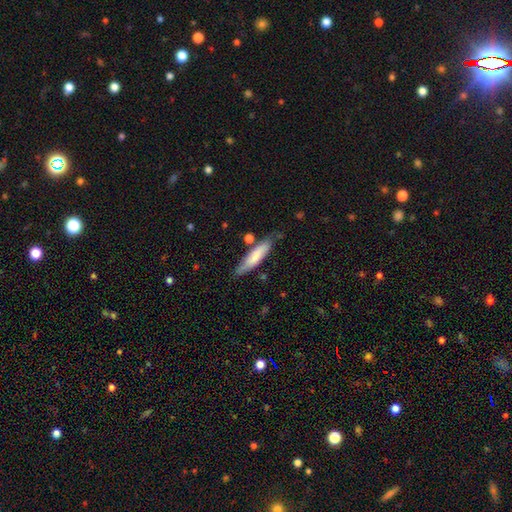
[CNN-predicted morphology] type=smooth (74%); roundness=cigar-shaped (76%); merging=none (73%).